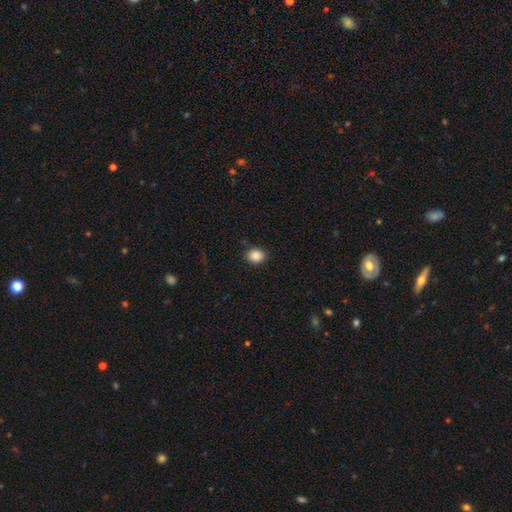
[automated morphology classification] This is clearly a smooth galaxy (88%). How rounded: likely round (60%). Merging: clearly none (85%).